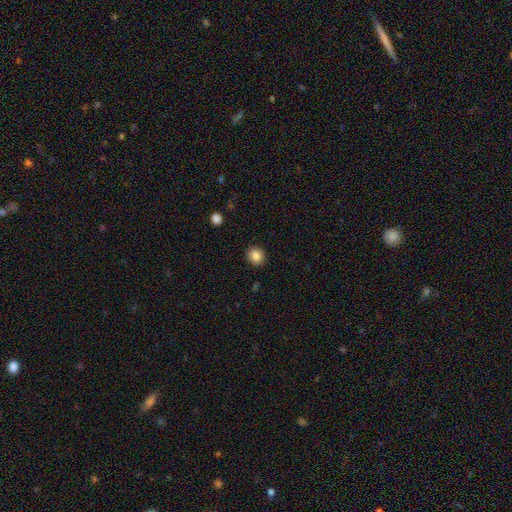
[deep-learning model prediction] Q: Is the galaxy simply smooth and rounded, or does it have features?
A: smooth — 86%.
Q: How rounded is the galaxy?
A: round — 83%.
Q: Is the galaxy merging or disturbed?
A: none — 91%.